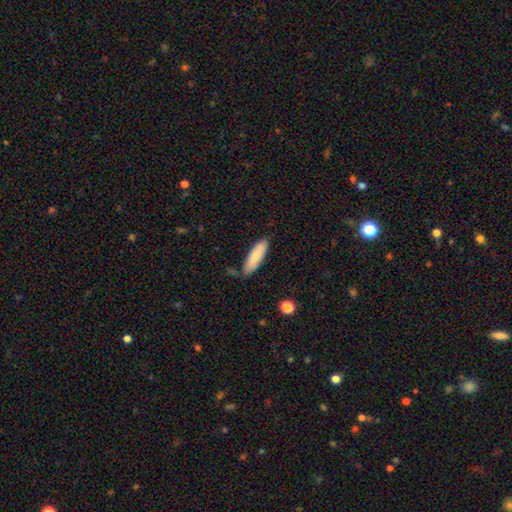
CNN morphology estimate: smooth_or_featured: smooth (p=0.81) [alt: featured or disk p=0.13]
how_rounded: cigar-shaped (p=0.53) [alt: in between p=0.45]
merging: none (p=0.75) [alt: minor disturbance p=0.19]